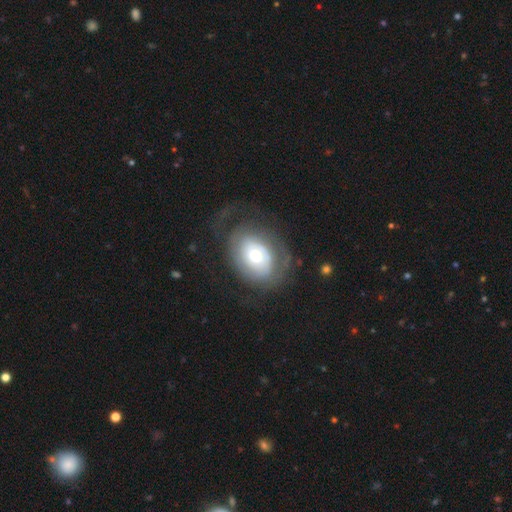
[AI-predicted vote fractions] smooth-or-featured: featured or disk: 65% | smooth: 29% | star or artifact: 6%
  disk-edge-on: no: 95% | yes: 5%
    bar: no: 80% | weak: 15% | strong: 5%
    has-spiral-arms: yes: 67% | no: 33%
    bulge-size: moderate: 67% | small: 20% | large: 11% | dominant: 2% | none: 1%
  merging: none: 57% | major disturbance: 22% | minor disturbance: 19% | merger: 1%